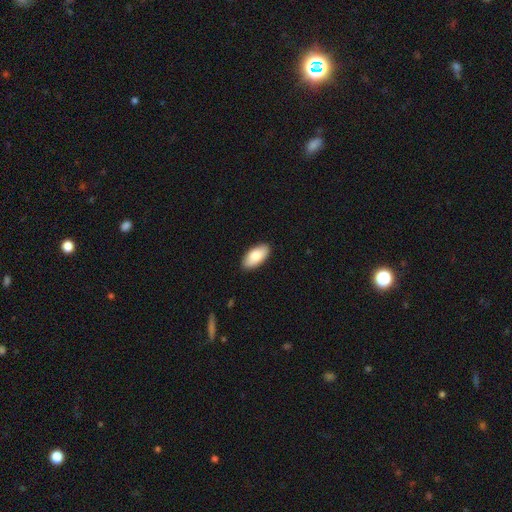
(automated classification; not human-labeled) The model was most divided on "smooth or featured": smooth: 83%, featured or disk: 11%, star or artifact: 6%. More confident: how rounded — in between (93%); merging — none (90%).